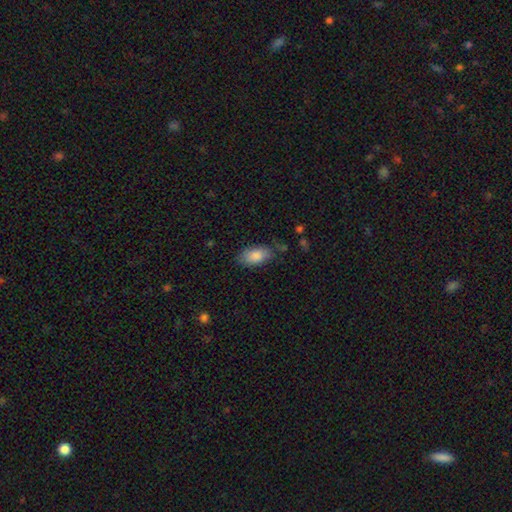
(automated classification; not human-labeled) This is clearly a smooth galaxy (85%). How rounded: clearly in between (93%). Merging: likely none (76%).